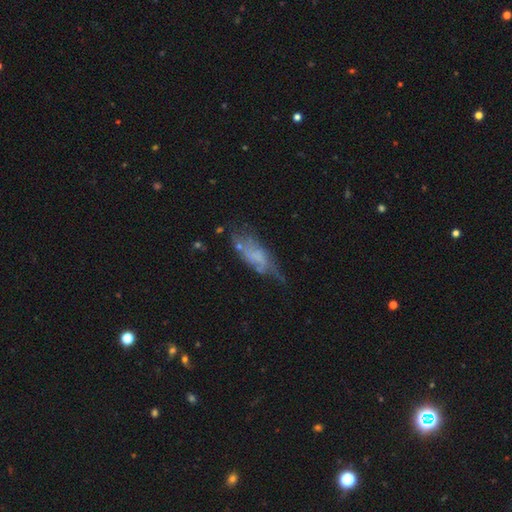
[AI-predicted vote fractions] A featured or disk galaxy (49%).

Vote fractions:
- Smooth or featured? featured or disk: 49% / smooth: 40% / star or artifact: 11%
- Merging? none: 40% / minor disturbance: 30% / major disturbance: 23% / merger: 7%